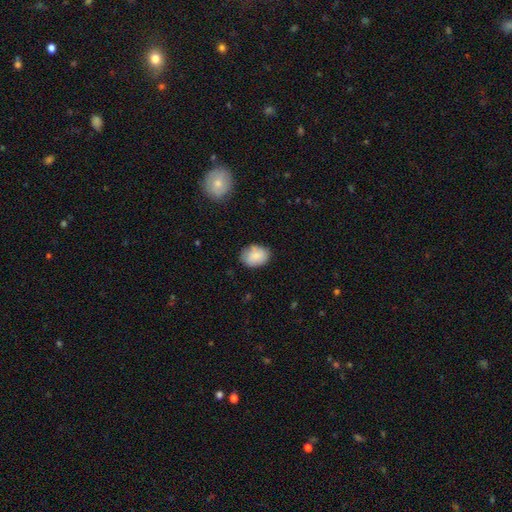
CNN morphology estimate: A smooth galaxy with no disk features (84%) that is in between round and cigar-shaped (65%).

Vote fractions:
- Smooth or featured? smooth: 84% / featured or disk: 8% / star or artifact: 7%
- How rounded? in between: 65% / round: 34% / cigar-shaped: 1%
- Merging? none: 76% / minor disturbance: 19% / major disturbance: 3% / merger: 1%